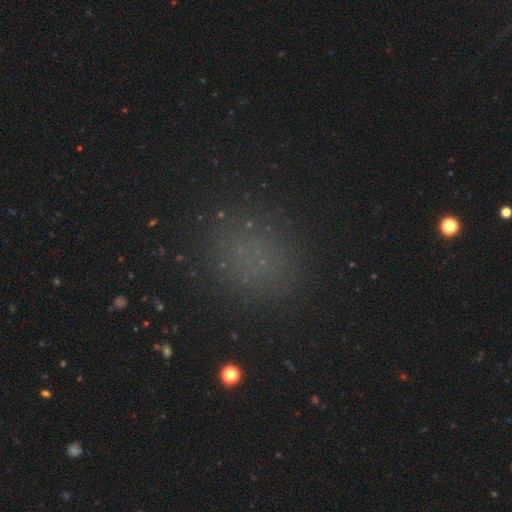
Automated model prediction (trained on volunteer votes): Morphology: type=smooth (67%); roundness=round (66%); merging=none (85%).